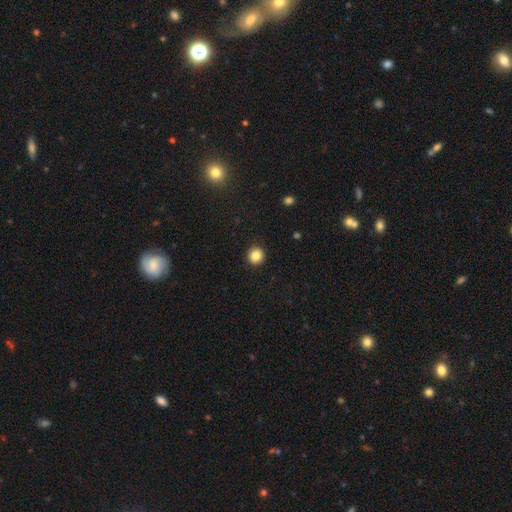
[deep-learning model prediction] The model was most divided on "smooth or featured": smooth: 84%, star or artifact: 11%, featured or disk: 5%. More confident: how rounded — round (95%); merging — none (93%).